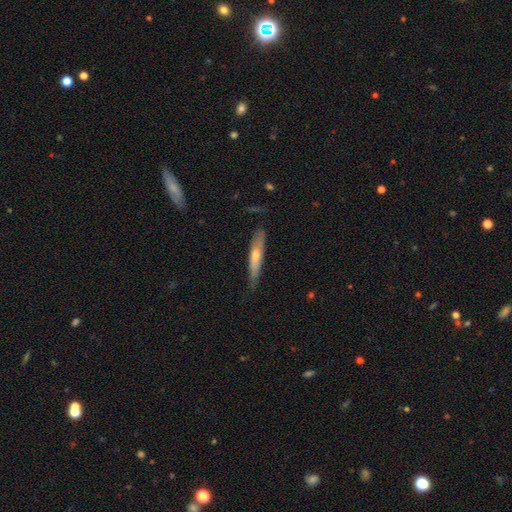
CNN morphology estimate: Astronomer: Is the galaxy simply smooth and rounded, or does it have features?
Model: smooth — 50% (runner-up: featured or disk, 44%).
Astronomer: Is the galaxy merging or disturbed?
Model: none — 66%.